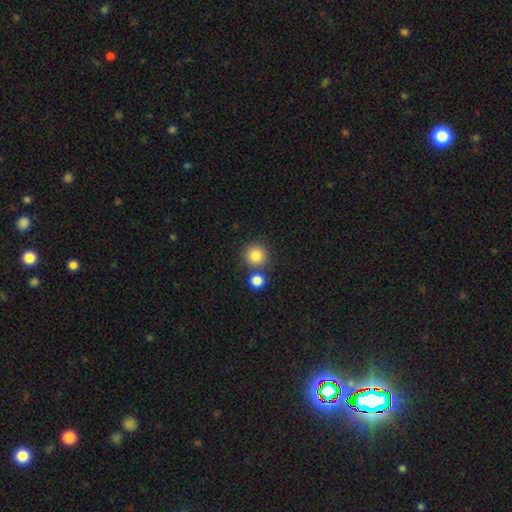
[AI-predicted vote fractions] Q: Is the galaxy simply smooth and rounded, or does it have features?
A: smooth — 84%.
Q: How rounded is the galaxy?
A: round — 93%.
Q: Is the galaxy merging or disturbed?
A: none — 74%.